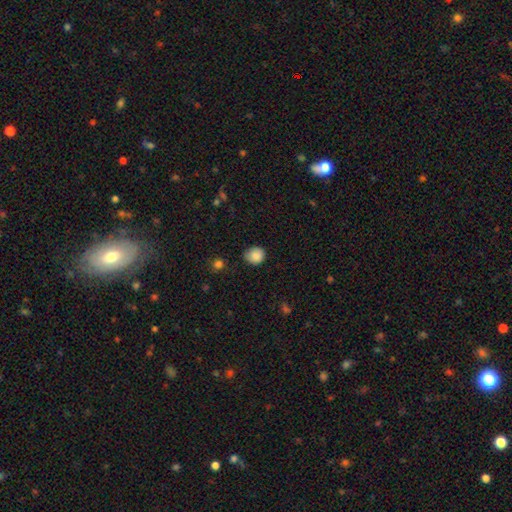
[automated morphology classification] A smooth galaxy with no disk features (87%) that is round (78%).

Vote fractions:
- Smooth or featured? smooth: 87% / star or artifact: 9% / featured or disk: 4%
- How rounded? round: 78% / in between: 21% / cigar-shaped: 1%
- Merging? none: 73% / minor disturbance: 21% / major disturbance: 4% / merger: 1%